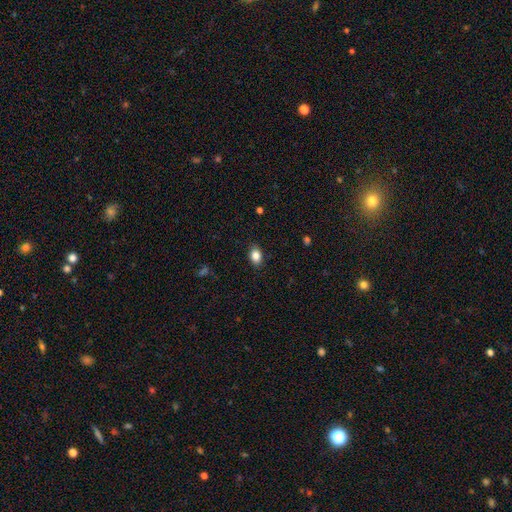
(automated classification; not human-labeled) Q: Smooth or featured?
A: smooth (85%); runner-up: star or artifact (9%)
Q: How rounded?
A: in between (78%); runner-up: round (20%)
Q: Merging?
A: none (88%); runner-up: minor disturbance (9%)